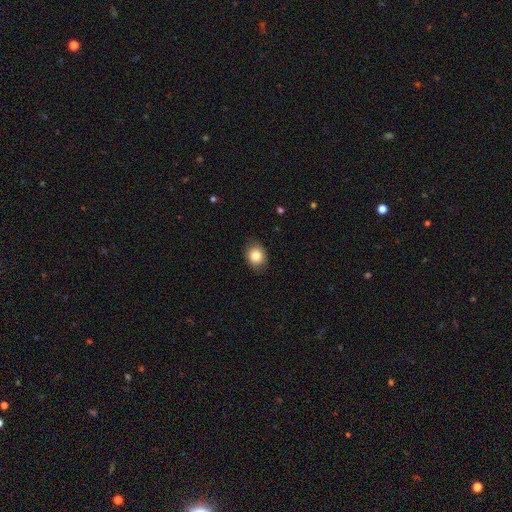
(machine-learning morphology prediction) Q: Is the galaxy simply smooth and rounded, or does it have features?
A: smooth — 85%.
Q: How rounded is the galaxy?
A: round — 62%.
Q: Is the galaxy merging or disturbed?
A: none — 84%.